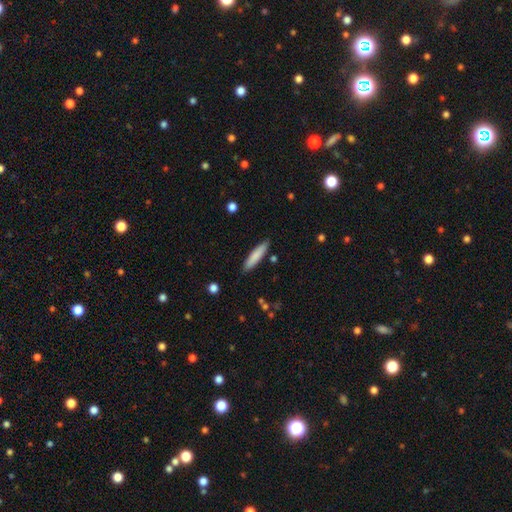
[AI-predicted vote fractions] smooth-or-featured: smooth: 82% | featured or disk: 13% | star or artifact: 6%
  how-rounded: cigar-shaped: 83% | in between: 16% | round: 1%
  merging: none: 88% | minor disturbance: 9% | merger: 2% | major disturbance: 2%